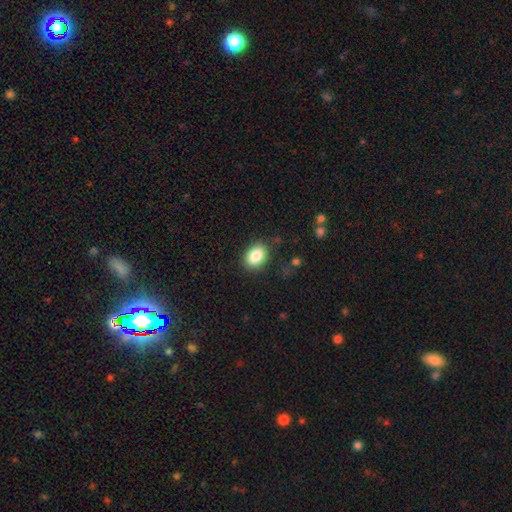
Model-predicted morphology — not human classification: Smooth or featured? smooth (86%)
How rounded? in between (76%)
Merging? none (85%)